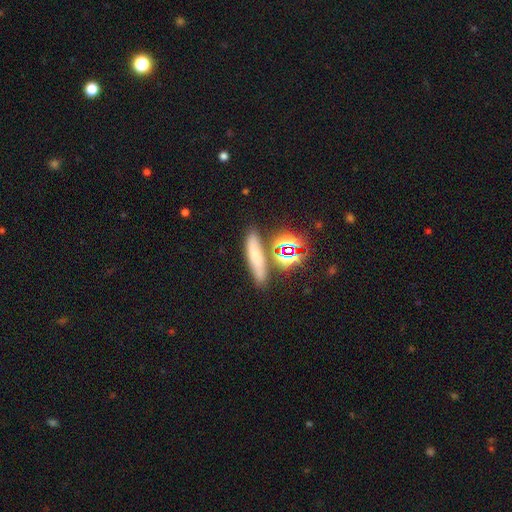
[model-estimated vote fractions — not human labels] This is possibly a smooth galaxy (59%). How rounded: likely cigar-shaped (63%). Merging: likely none (73%).